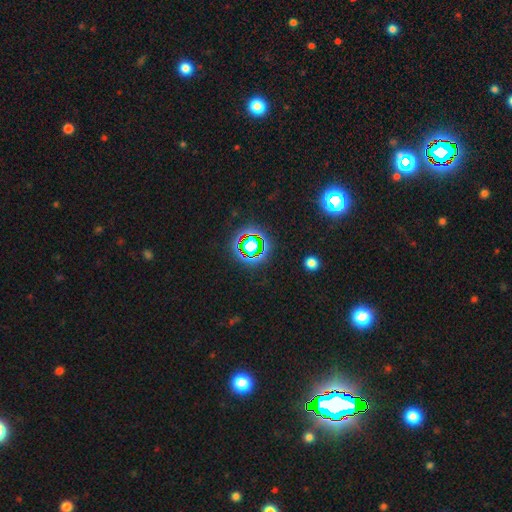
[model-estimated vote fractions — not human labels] A star or artifact, not a galaxy (76%).

Vote fractions:
- Smooth or featured? star or artifact: 76% / smooth: 17% / featured or disk: 7%